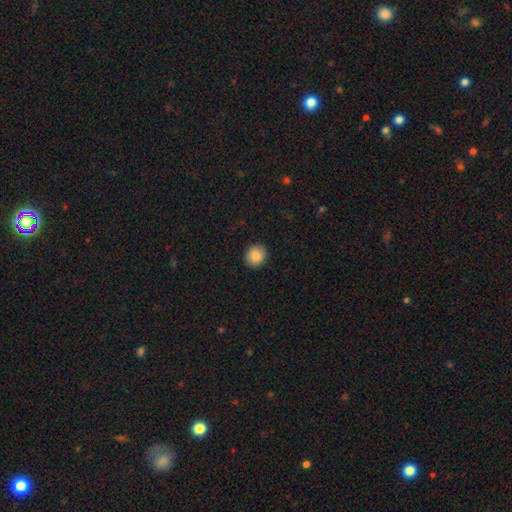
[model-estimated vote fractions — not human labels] Smooth or featured: smooth — 83% (star or artifact — 8%)
How rounded: round — 89% (in between — 10%)
Merging: none — 91% (minor disturbance — 6%)